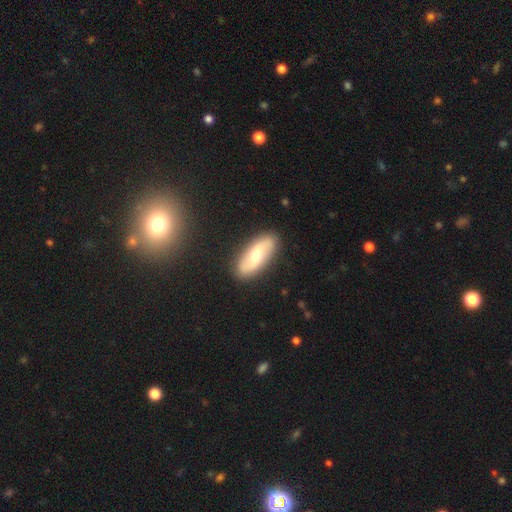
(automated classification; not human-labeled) This is possibly a featured or disk galaxy (55%). It is clearly not viewed edge-on (88%). Merging: clearly none (88%).